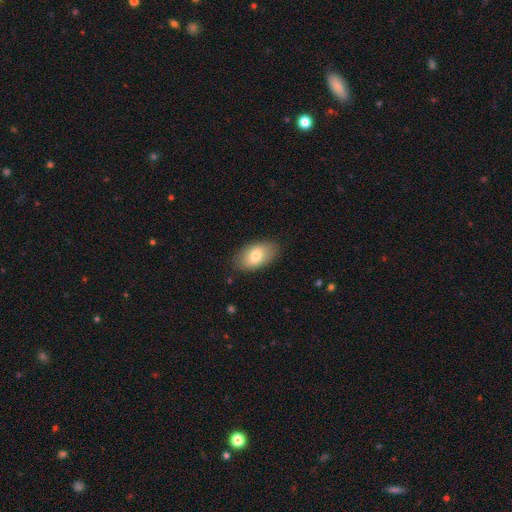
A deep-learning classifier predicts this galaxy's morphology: smooth_or_featured: smooth (p=0.77) [alt: featured or disk p=0.17]
how_rounded: in between (p=0.92) [alt: round p=0.06]
merging: none (p=0.84) [alt: minor disturbance p=0.12]